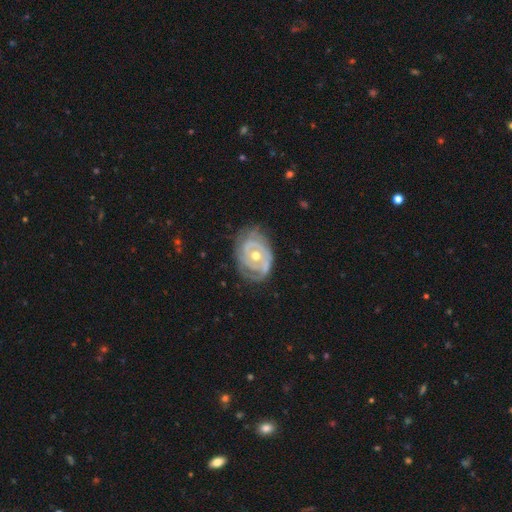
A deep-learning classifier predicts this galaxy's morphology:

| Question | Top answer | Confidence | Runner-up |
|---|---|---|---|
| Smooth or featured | featured or disk | 86% | smooth (9%) |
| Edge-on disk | no | 97% | yes (3%) |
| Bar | no | 70% | weak (22%) |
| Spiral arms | yes | 90% | no (10%) |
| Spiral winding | tight | 73% | medium (21%) |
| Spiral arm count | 2 | 37% | can't tell (29%) |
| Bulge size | moderate | 70% | small (26%) |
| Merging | none | 68% | minor disturbance (22%) |